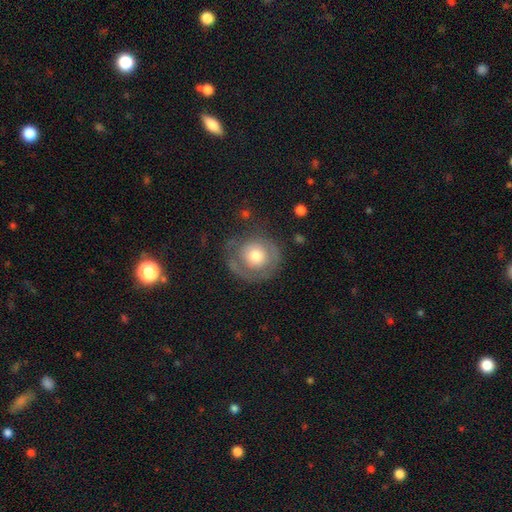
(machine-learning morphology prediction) Smooth or featured? Predicted: smooth (p=0.50). How rounded? Predicted: round (p=0.88). Merging? Predicted: none (p=0.59).